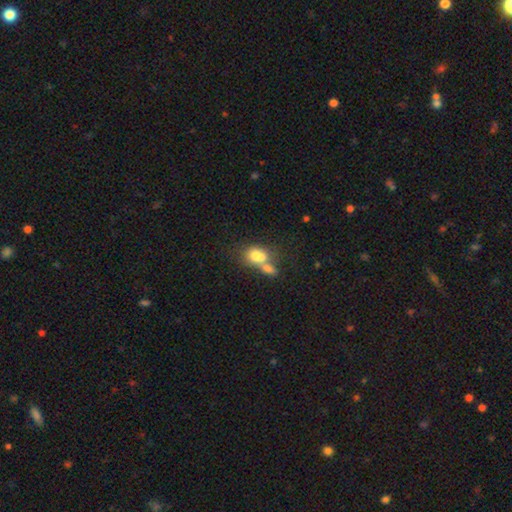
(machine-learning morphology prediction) This appears to be a smooth galaxy with no disk features (70%) that is in between round and cigar-shaped (62%). Merging: merger (67%).